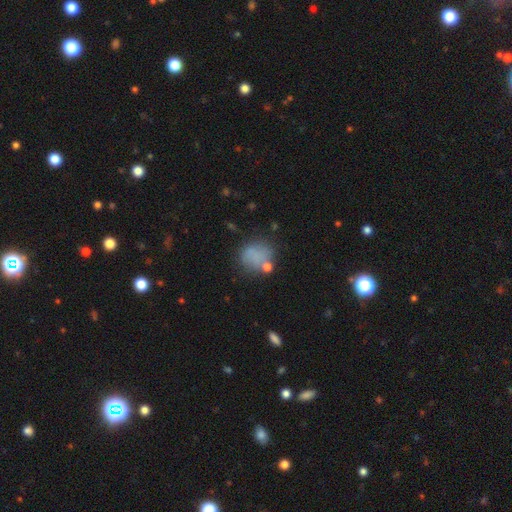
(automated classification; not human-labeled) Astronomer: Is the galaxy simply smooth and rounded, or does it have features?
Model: smooth — 72%.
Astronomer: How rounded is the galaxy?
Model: round — 75%.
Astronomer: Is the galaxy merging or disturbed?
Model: none — 57%.